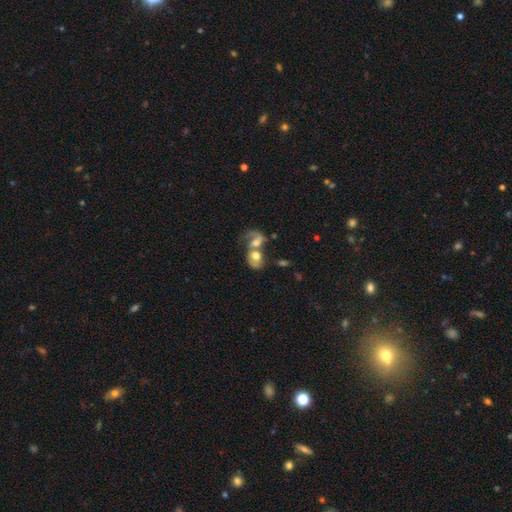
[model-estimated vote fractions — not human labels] Morphology: type=featured or disk (46%); merging=merger (74%).